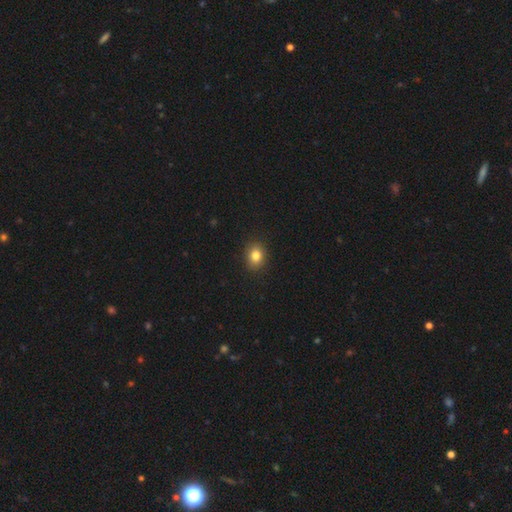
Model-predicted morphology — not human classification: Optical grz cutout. It shows a smooth galaxy with no disk features (83%) that is round (54%). Merging: none (90%).